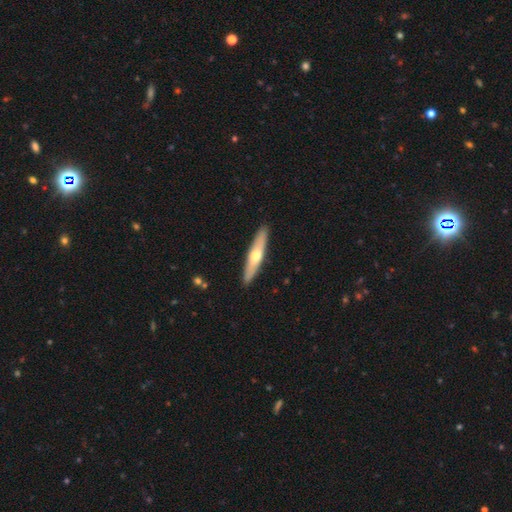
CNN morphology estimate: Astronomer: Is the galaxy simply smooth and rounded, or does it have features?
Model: featured or disk — 49% (runner-up: smooth, 46%).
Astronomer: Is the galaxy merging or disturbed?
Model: none — 91%.